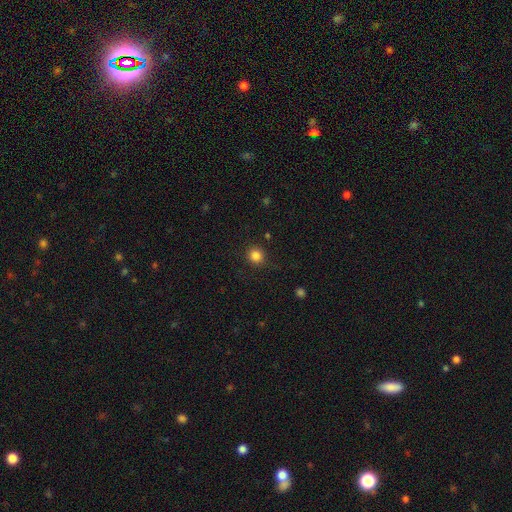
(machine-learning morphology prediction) This is clearly a smooth galaxy (84%). How rounded: clearly round (90%). Merging: clearly none (88%).